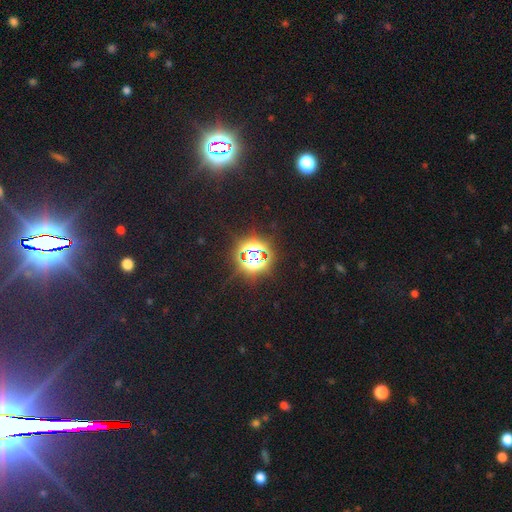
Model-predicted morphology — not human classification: smooth_or_featured: star or artifact (p=0.77) [alt: smooth p=0.15]